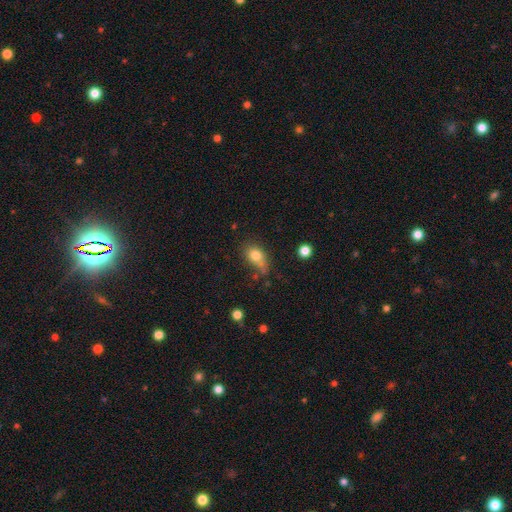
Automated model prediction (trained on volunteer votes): Smooth or featured: smooth — 78% (featured or disk — 11%)
How rounded: in between — 67% (round — 30%)
Merging: none — 47% (minor disturbance — 26%)